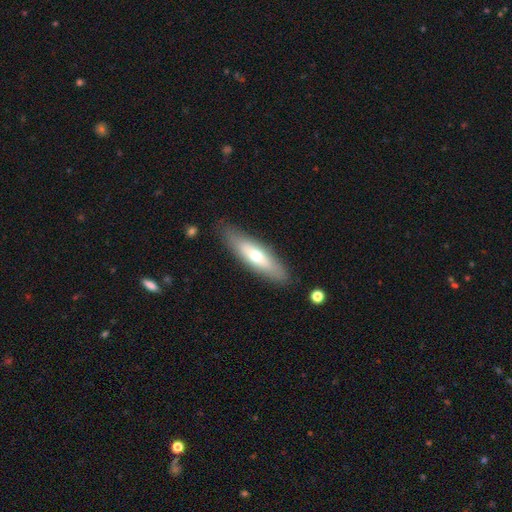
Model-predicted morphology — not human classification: The model was most divided on "smooth or featured": smooth: 57%, featured or disk: 37%, star or artifact: 6%. More confident: merging — none (85%); how rounded — cigar-shaped (60%).